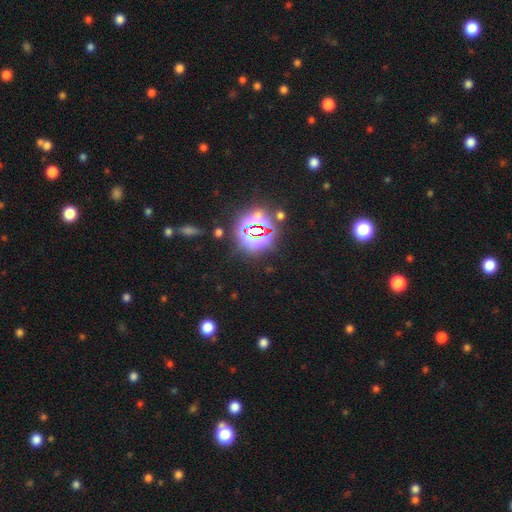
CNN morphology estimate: A star or artifact, not a galaxy (82%).

Vote fractions:
- Smooth or featured? star or artifact: 82% / smooth: 12% / featured or disk: 6%